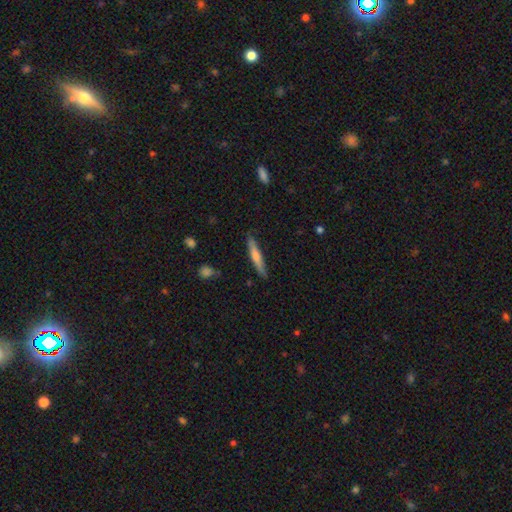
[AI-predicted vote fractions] Morphology: type=smooth (49%); merging=none (87%).